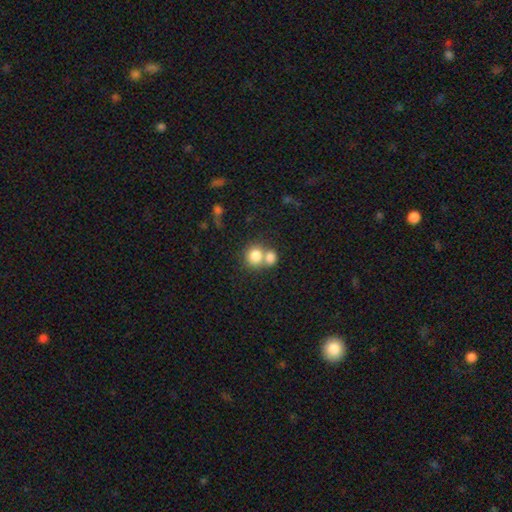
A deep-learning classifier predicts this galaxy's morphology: smooth_or_featured: smooth (p=0.80) [alt: featured or disk p=0.10]
how_rounded: round (p=0.76) [alt: in between p=0.23]
merging: merger (p=0.53) [alt: none p=0.37]